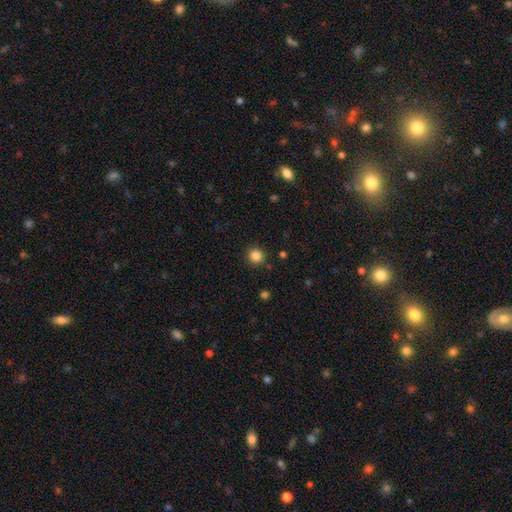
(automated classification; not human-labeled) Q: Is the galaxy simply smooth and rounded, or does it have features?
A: smooth — 85%.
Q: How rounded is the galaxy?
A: round — 94%.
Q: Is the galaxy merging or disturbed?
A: none — 90%.